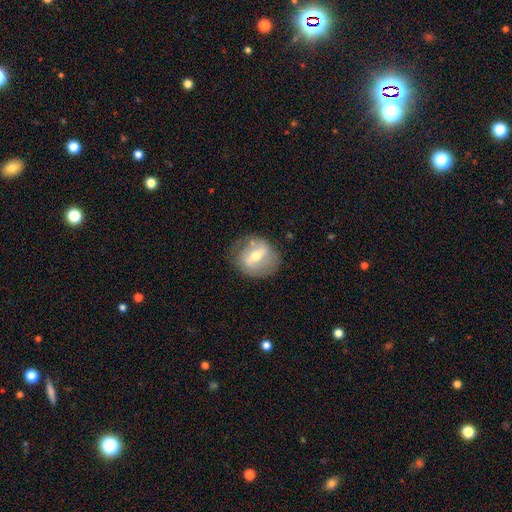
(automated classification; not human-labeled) This appears to be a featured or disk galaxy (61%) with a strong bar (49%), no spiral arms (59%) and a moderate central bulge (69%). Merging: none (75%).